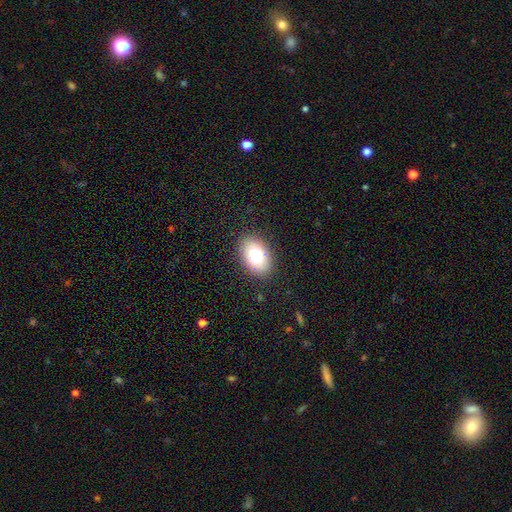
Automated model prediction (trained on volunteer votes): Smooth or featured: smooth — 78% (featured or disk — 13%)
How rounded: in between — 86% (round — 13%)
Merging: none — 86% (minor disturbance — 10%)